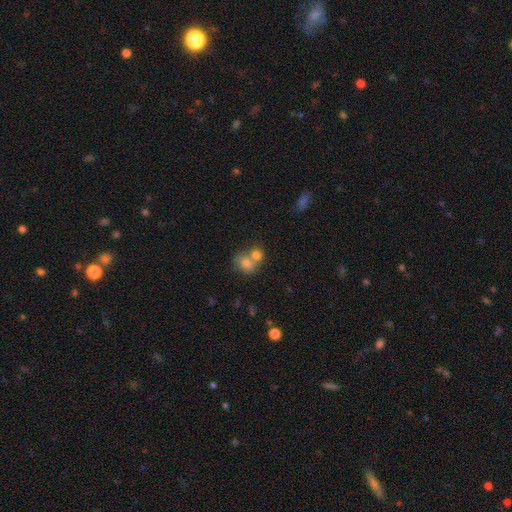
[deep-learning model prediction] This is likely a smooth galaxy (76%). How rounded: likely round (63%). Merging: possibly merger (58%).